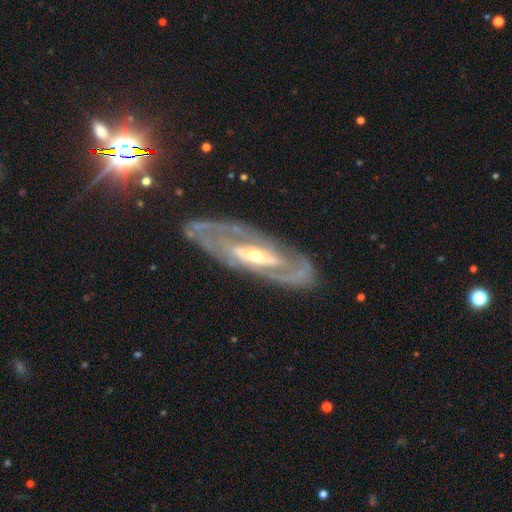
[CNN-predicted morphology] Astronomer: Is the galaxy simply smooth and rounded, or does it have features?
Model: featured or disk — 85%.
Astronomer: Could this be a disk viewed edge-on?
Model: no — 85%.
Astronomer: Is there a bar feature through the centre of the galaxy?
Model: strong — 35% (runner-up: no, 33%).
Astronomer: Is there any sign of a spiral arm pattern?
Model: yes — 84%.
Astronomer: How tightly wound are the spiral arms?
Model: tight — 53% (runner-up: medium, 35%).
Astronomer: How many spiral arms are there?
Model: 2 — 61%.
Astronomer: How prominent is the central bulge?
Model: small — 52% (runner-up: moderate, 43%).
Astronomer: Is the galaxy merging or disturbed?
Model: none — 79%.